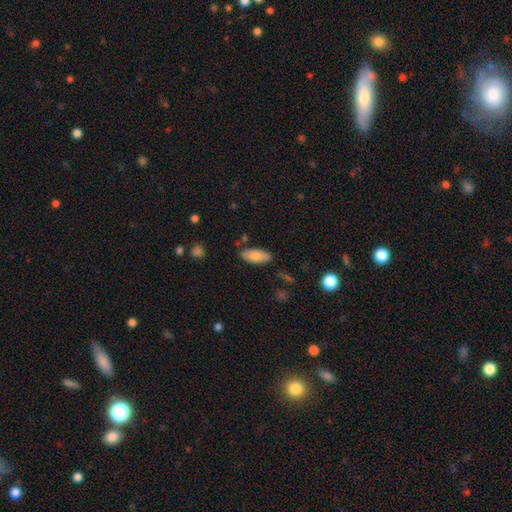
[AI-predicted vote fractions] A smooth galaxy with no disk features (81%) that is in between round and cigar-shaped (86%). Merging: none (83%).